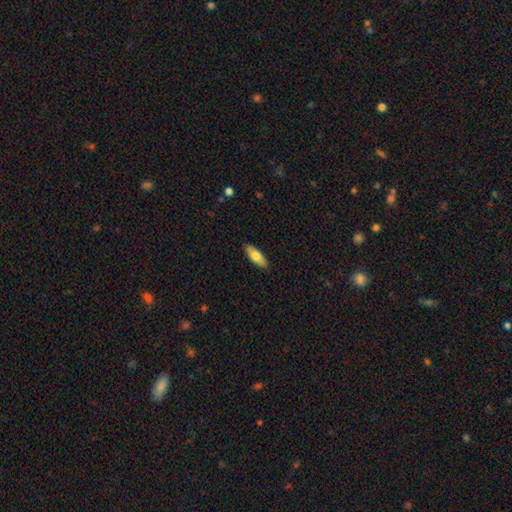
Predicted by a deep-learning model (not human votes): This is likely a smooth galaxy (69%). How rounded: likely in between (66%). Merging: clearly none (90%).